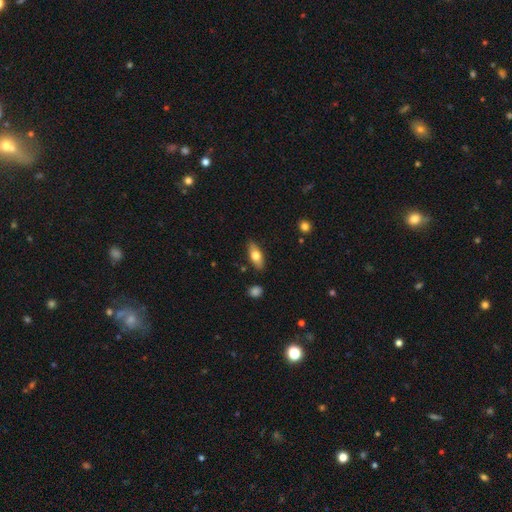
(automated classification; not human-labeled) The model was most divided on "smooth or featured": smooth: 71%, featured or disk: 23%, star or artifact: 6%. More confident: merging — none (85%); how rounded — in between (76%).